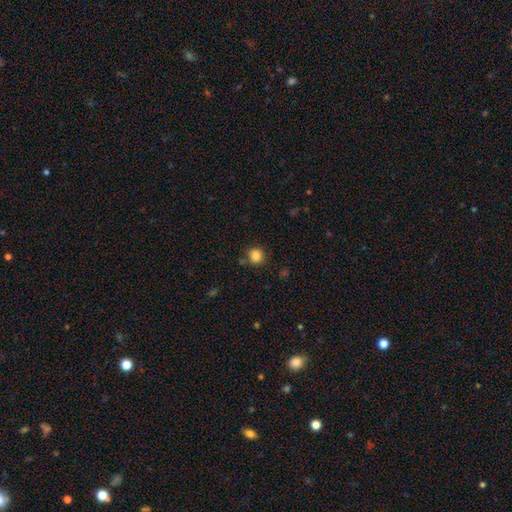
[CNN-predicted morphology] This is clearly a smooth galaxy (85%). How rounded: clearly round (87%). Merging: clearly none (83%).